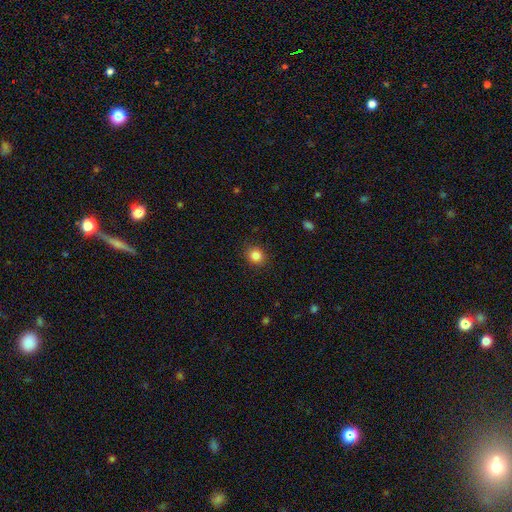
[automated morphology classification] type=smooth (85%); roundness=round (80%); merging=none (89%).